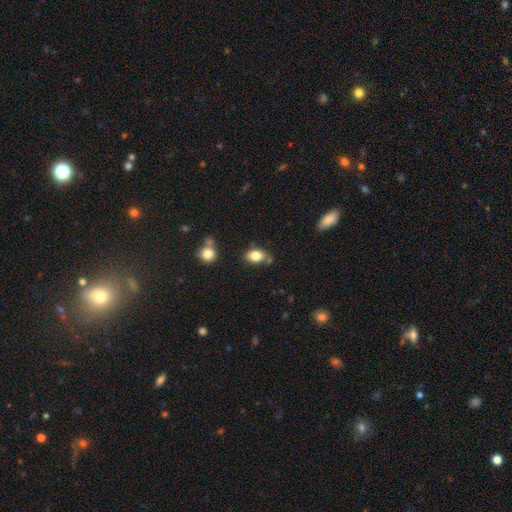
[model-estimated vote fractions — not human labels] A smooth galaxy with no disk features (82%) that is in between round and cigar-shaped (80%).

Vote fractions:
- Smooth or featured? smooth: 82% / star or artifact: 9% / featured or disk: 9%
- How rounded? in between: 80% / round: 19% / cigar-shaped: 2%
- Merging? none: 64% / minor disturbance: 22% / merger: 9% / major disturbance: 5%